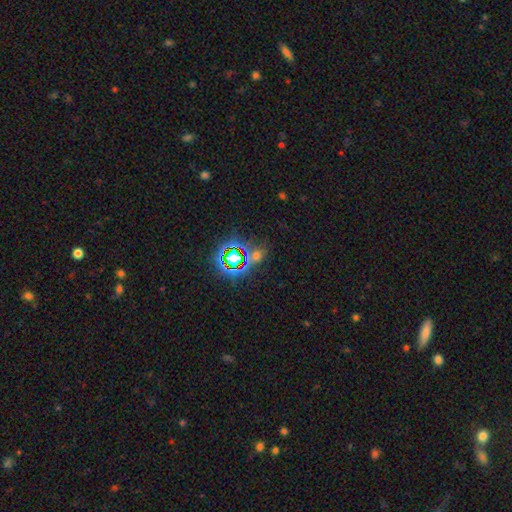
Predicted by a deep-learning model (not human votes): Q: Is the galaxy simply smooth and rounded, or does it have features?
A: star or artifact — 60%.